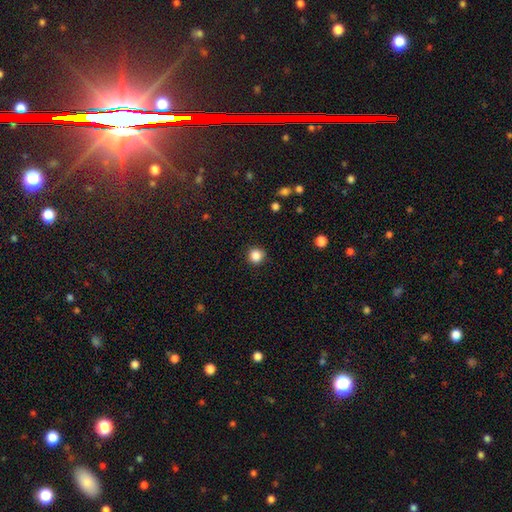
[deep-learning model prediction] This is clearly a smooth galaxy (86%). How rounded: clearly round (94%). Merging: clearly none (91%).